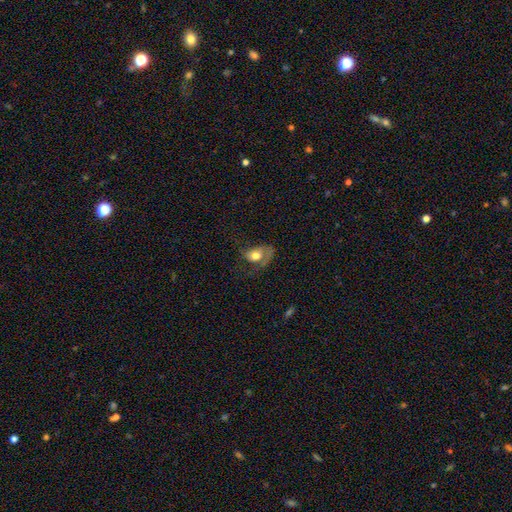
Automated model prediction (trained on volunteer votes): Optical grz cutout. It shows a smooth galaxy with no disk features (51%) that is in between round and cigar-shaped (73%). Merging: major disturbance (45%).